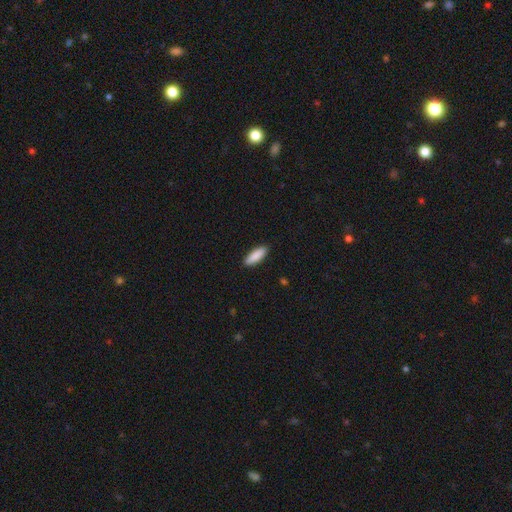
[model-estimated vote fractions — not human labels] Smooth or featured? Predicted: smooth (p=0.89). How rounded? Predicted: in between (p=0.56). Merging? Predicted: none (p=0.90).